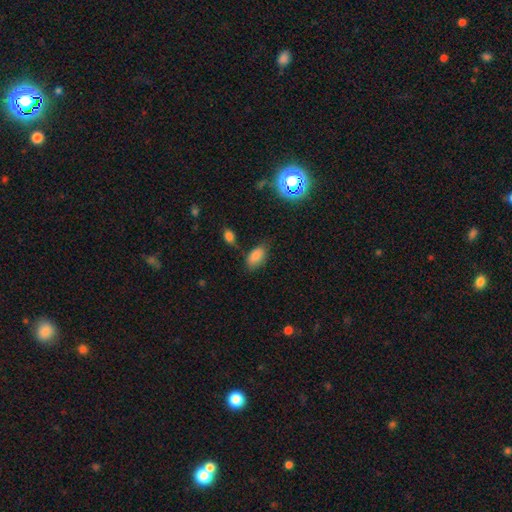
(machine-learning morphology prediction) This is clearly a smooth galaxy (81%). How rounded: clearly in between (92%). Merging: likely none (68%).